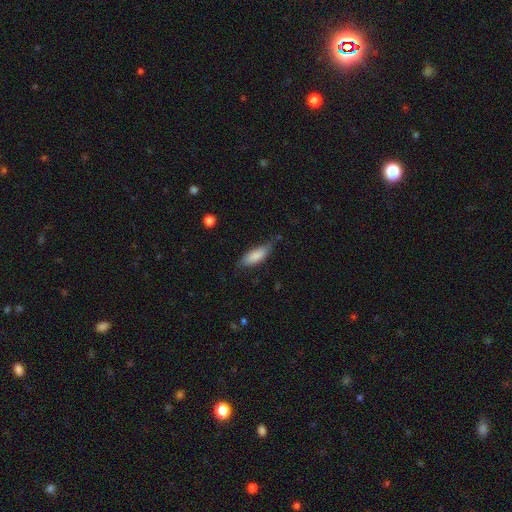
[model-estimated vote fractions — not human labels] A smooth galaxy with no disk features (82%) that is in between round and cigar-shaped (73%). Merging: none (60%).